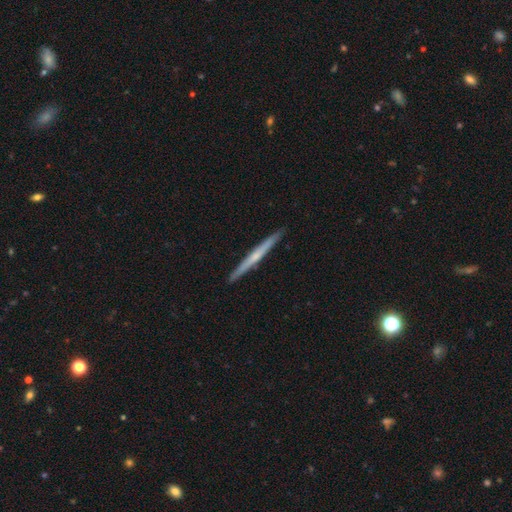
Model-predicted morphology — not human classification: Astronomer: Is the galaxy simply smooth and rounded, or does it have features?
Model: featured or disk — 61%.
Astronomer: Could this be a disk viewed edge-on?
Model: yes — 98%.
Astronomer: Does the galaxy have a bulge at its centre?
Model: none — 50% (runner-up: rounded, 45%).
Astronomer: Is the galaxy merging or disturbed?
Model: none — 93%.